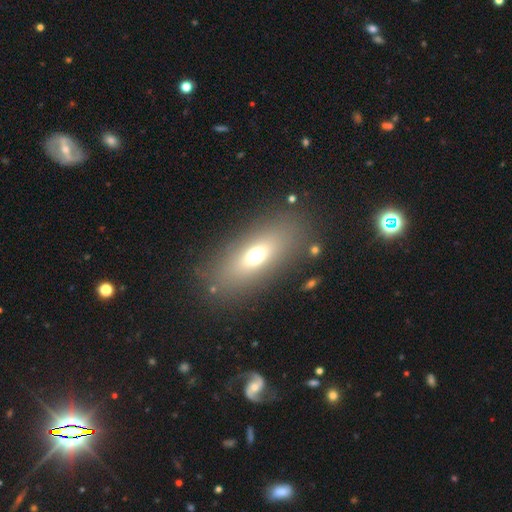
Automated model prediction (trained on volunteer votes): smooth-or-featured: smooth: 64% | featured or disk: 23% | star or artifact: 13%
  how-rounded: in between: 74% | cigar-shaped: 19% | round: 8%
  merging: none: 83% | minor disturbance: 9% | major disturbance: 6% | merger: 2%